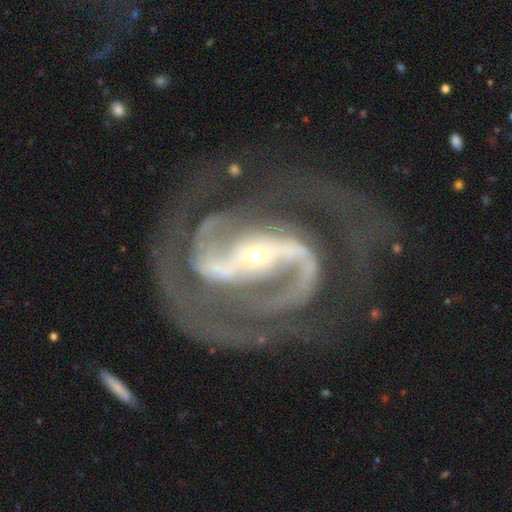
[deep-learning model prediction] featured or disk 92%, star or artifact 5%, smooth 3%. Down the decision tree: edge-on disk — no (97%); bar — strong (65%); spiral arms — yes (98%); spiral arm count — 2 (84%); spiral winding — medium (56%); bulge size — small (78%); merging — none (63%).